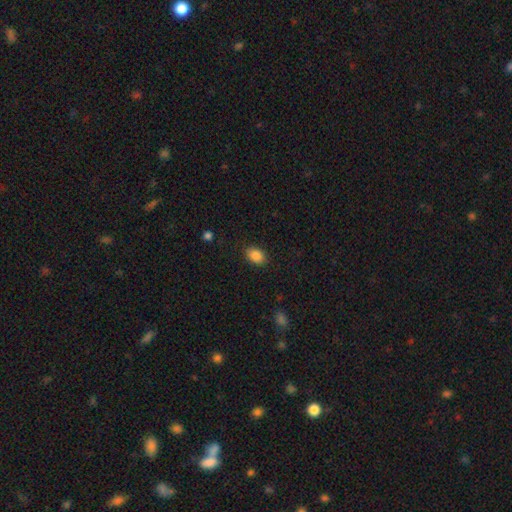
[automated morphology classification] A smooth galaxy with no disk features (87%) that is in between round and cigar-shaped (77%).

Vote fractions:
- Smooth or featured? smooth: 87% / star or artifact: 9% / featured or disk: 5%
- How rounded? in between: 77% / round: 22% / cigar-shaped: 1%
- Merging? none: 86% / minor disturbance: 10% / major disturbance: 3% / merger: 1%